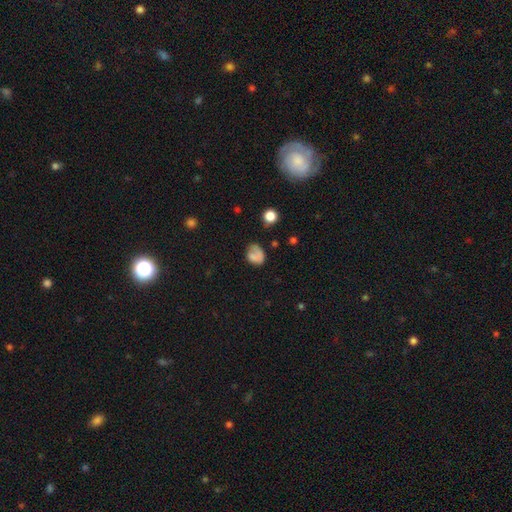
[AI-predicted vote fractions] The model was most divided on "merging": none: 43%, minor disturbance: 30%, major disturbance: 21%, merger: 6%. More confident: smooth or featured — smooth (71%); how rounded — in between (58%).